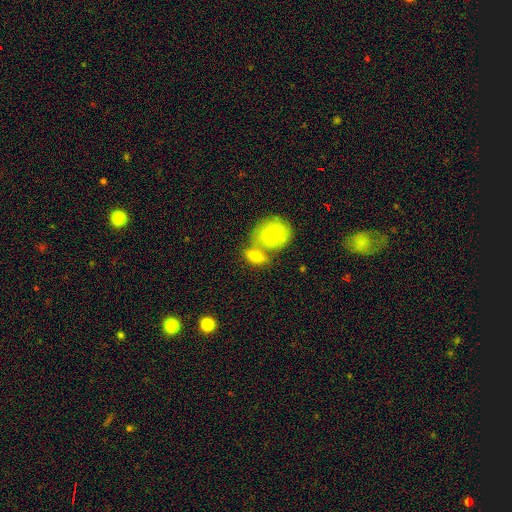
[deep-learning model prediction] smooth 66%, featured or disk 26%, star or artifact 8%. Down the decision tree: how rounded — in between (69%); merging — none (46%).